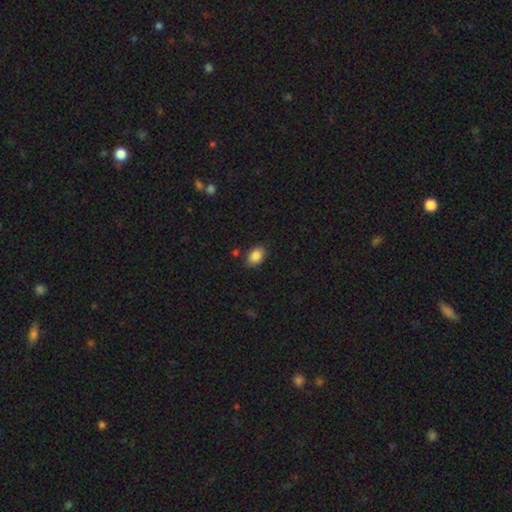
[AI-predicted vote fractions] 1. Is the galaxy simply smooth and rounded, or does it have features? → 87% smooth, 8% star or artifact, 5% featured or disk.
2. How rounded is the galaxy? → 78% in between, 21% round, 1% cigar-shaped.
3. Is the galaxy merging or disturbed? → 82% none, 13% minor disturbance, 3% major disturbance, 2% merger.